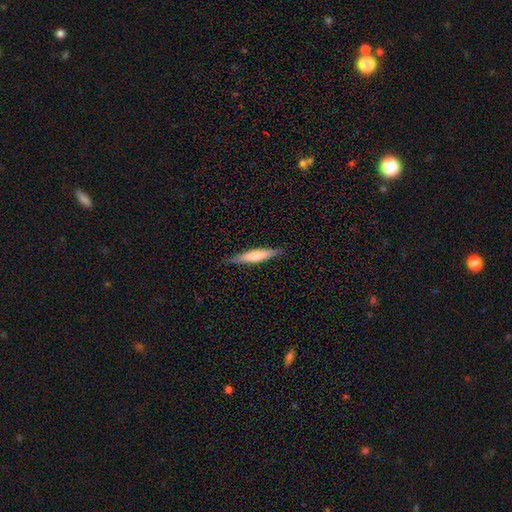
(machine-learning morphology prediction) smooth 61%, featured or disk 34%, star or artifact 5%. Down the decision tree: how rounded — cigar-shaped (86%); merging — none (85%).